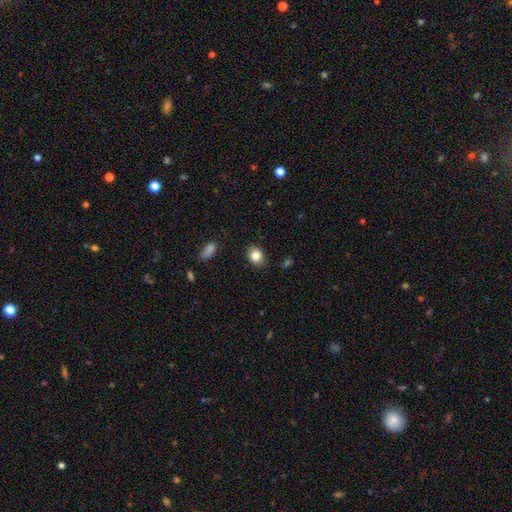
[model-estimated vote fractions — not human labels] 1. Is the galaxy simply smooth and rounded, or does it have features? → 84% smooth, 9% star or artifact, 7% featured or disk.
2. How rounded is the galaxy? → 58% in between, 41% round, 1% cigar-shaped.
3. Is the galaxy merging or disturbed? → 86% none, 10% minor disturbance, 2% major disturbance, 1% merger.